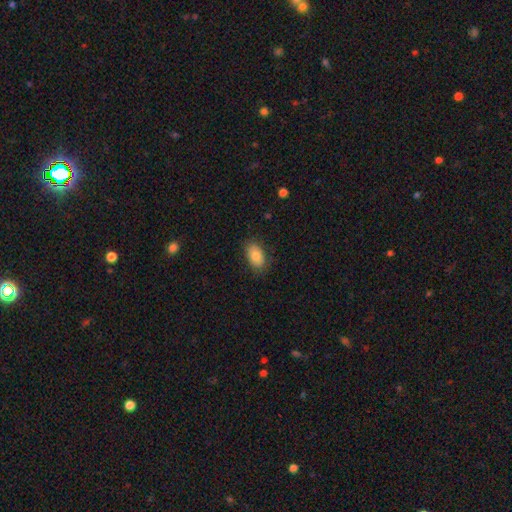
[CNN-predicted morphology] smooth 78%, featured or disk 15%, star or artifact 8%. Down the decision tree: how rounded — in between (88%); merging — none (81%).